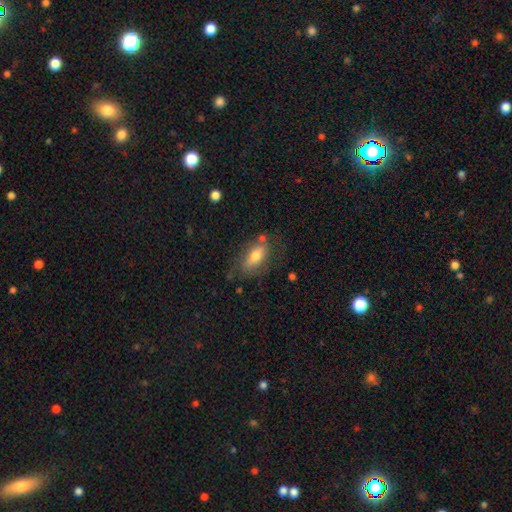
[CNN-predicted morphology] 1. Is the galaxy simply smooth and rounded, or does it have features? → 67% smooth, 25% featured or disk, 7% star or artifact.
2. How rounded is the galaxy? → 84% in between, 11% cigar-shaped, 5% round.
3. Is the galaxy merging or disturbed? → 63% none, 22% minor disturbance, 9% major disturbance, 5% merger.